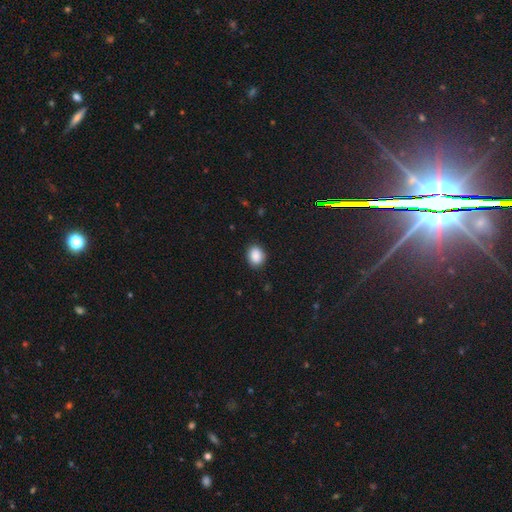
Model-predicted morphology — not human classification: smooth-or-featured: smooth: 89% | star or artifact: 8% | featured or disk: 3%
  how-rounded: in between: 59% | round: 40% | cigar-shaped: 1%
  merging: none: 87% | minor disturbance: 10% | major disturbance: 2% | merger: 1%